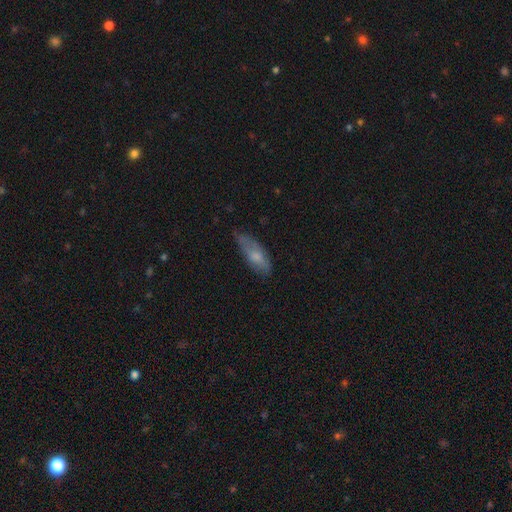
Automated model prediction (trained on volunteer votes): Smooth or featured? Predicted: smooth (p=0.66). How rounded? Predicted: in between (p=0.65). Merging? Predicted: none (p=0.59).